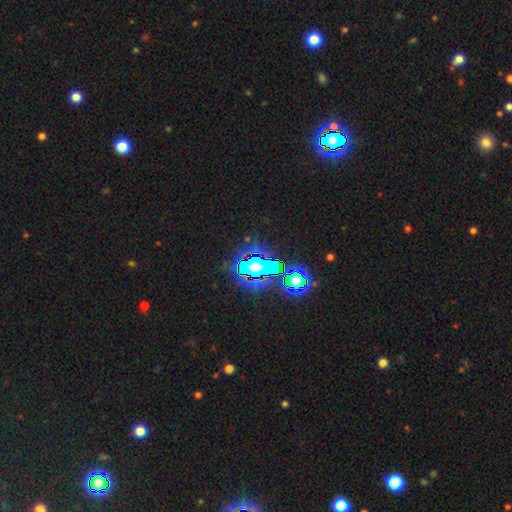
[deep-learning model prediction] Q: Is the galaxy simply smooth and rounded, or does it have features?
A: star or artifact — 77%.